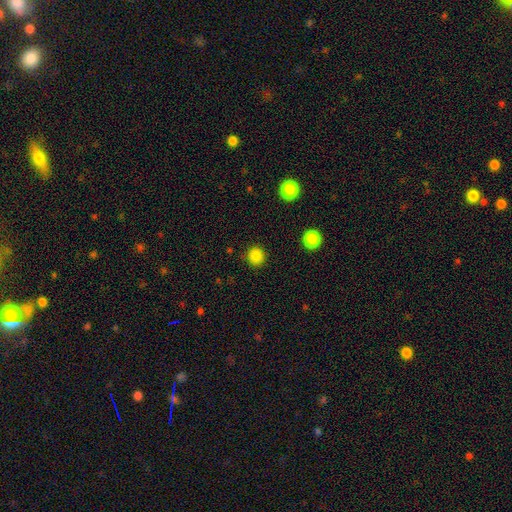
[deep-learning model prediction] smooth-or-featured: smooth: 86% | star or artifact: 11% | featured or disk: 3%
  how-rounded: round: 91% | in between: 8% | cigar-shaped: 1%
  merging: none: 91% | minor disturbance: 6% | major disturbance: 2% | merger: 1%